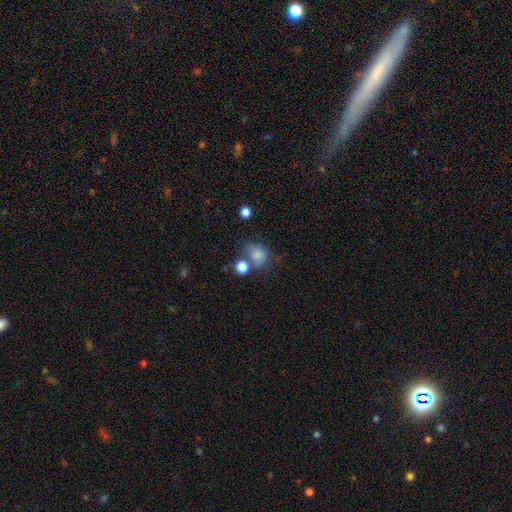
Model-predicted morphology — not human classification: smooth 77%, star or artifact 12%, featured or disk 11%. Down the decision tree: how rounded — round (60%); merging — none (44%).